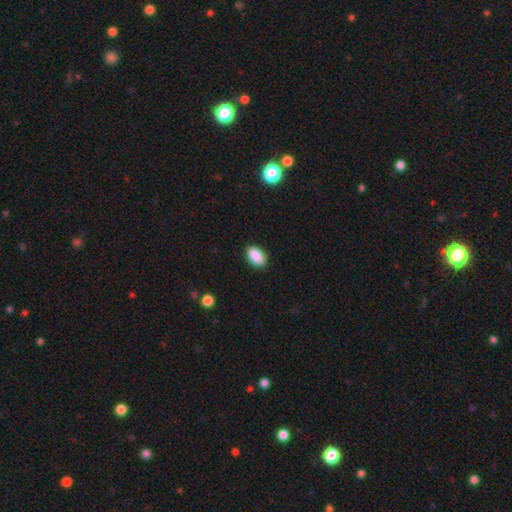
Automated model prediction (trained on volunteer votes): A smooth galaxy with no disk features (88%) that is in between round and cigar-shaped (92%). Merging: none (87%).